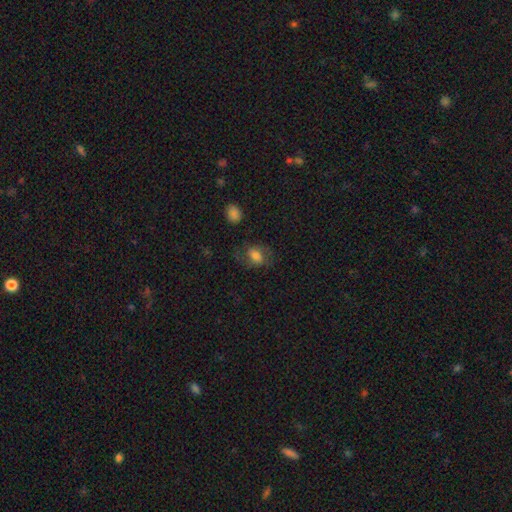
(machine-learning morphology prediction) This appears to be a smooth galaxy with no disk features (61%) that is in between round and cigar-shaped (64%). Merging: none (63%).